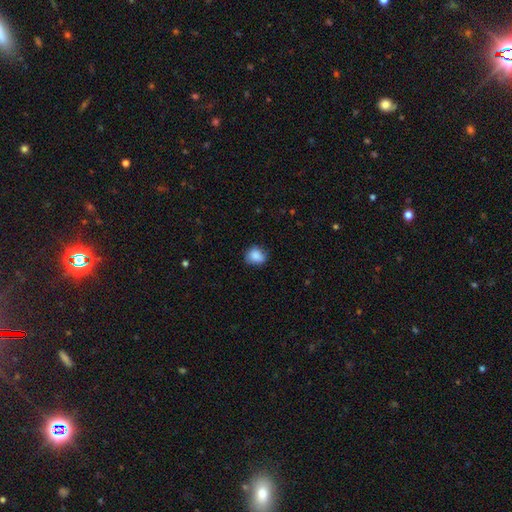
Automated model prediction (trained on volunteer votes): The model was most divided on "how rounded": round: 68%, in between: 31%, cigar-shaped: 1%. More confident: smooth or featured — smooth (86%); merging — none (73%).